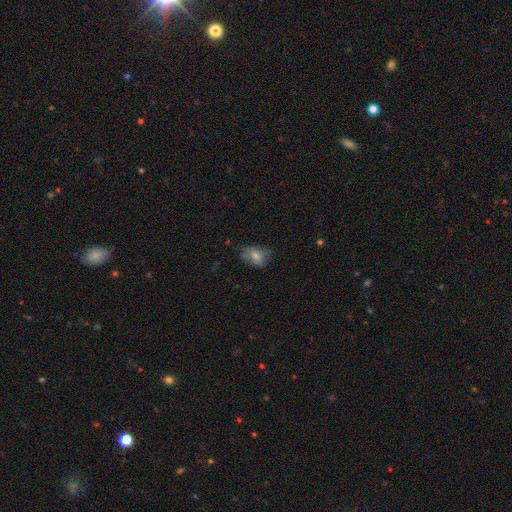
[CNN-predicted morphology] Smooth or featured? smooth (61%)
How rounded? in between (74%)
Merging? none (59%)